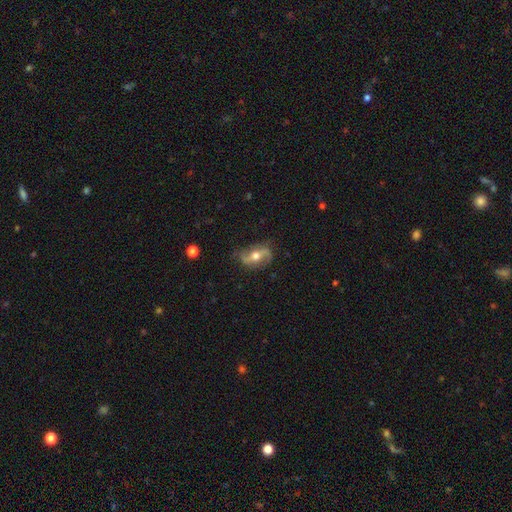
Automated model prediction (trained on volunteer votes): Q: Smooth or featured?
A: featured or disk (73%); runner-up: smooth (20%)
Q: Edge-on disk?
A: no (89%); runner-up: yes (11%)
Q: Bar?
A: strong (39%); runner-up: weak (32%)
Q: Spiral arms?
A: yes (83%); runner-up: no (17%)
Q: Spiral winding?
A: loose (67%); runner-up: medium (24%)
Q: Spiral arm count?
A: 2 (88%); runner-up: can't tell (5%)
Q: Bulge size?
A: moderate (73%); runner-up: small (16%)
Q: Merging?
A: none (71%); runner-up: minor disturbance (19%)